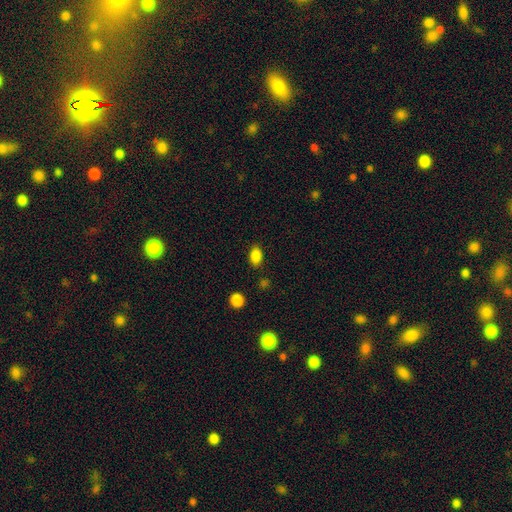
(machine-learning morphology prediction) A smooth galaxy with no disk features (86%) that is in between round and cigar-shaped (85%).

Vote fractions:
- Smooth or featured? smooth: 86% / star or artifact: 10% / featured or disk: 4%
- How rounded? in between: 85% / round: 14% / cigar-shaped: 2%
- Merging? none: 84% / minor disturbance: 11% / major disturbance: 3% / merger: 2%